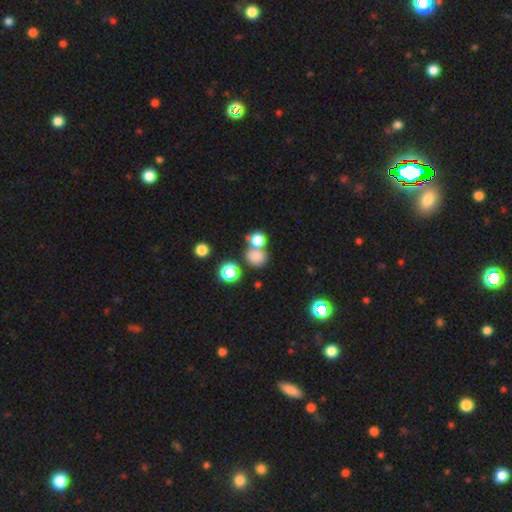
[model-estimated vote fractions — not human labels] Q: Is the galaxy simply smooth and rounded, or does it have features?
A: smooth — 75%.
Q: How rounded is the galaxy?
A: round — 73%.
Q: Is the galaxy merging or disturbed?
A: none — 53%.